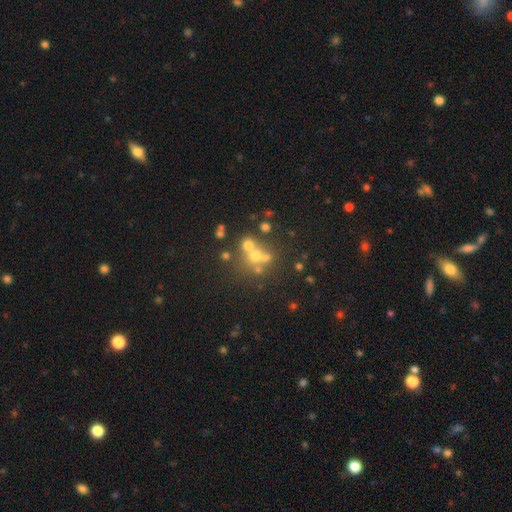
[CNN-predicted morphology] type=smooth (47%); merging=none (43%, tied with merger).